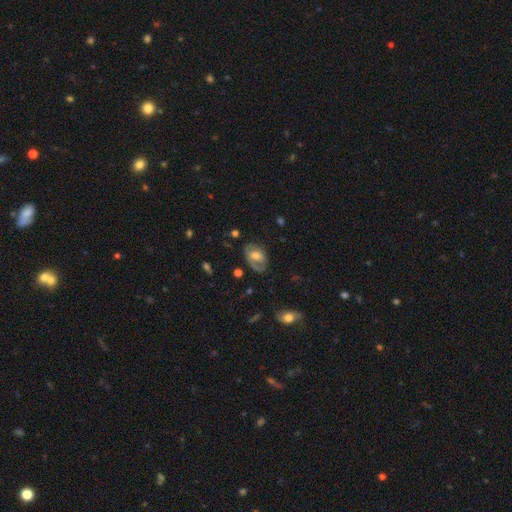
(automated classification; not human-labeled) Smooth or featured? featured or disk (52%)
Edge-on disk? no (94%)
Merging? none (58%)